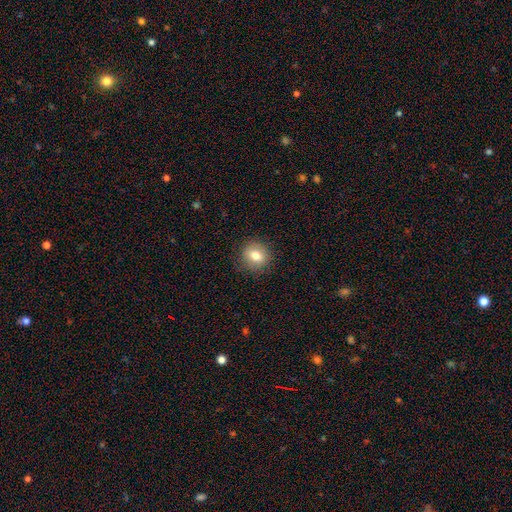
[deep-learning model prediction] smooth 76%, featured or disk 14%, star or artifact 10%. Down the decision tree: how rounded — round (83%); merging — none (88%).